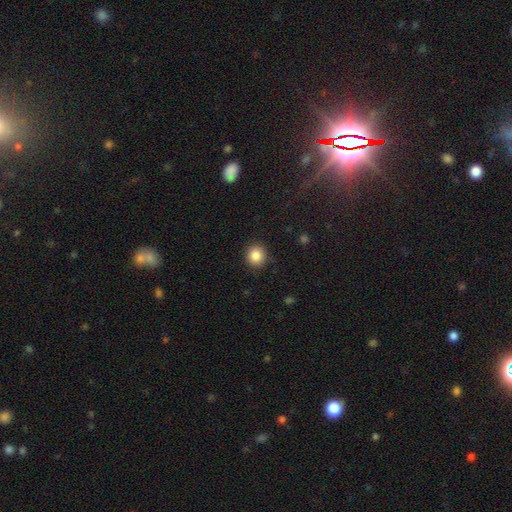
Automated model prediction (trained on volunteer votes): This appears to be a smooth galaxy with no disk features (86%) that is round (85%). Merging: none (89%).